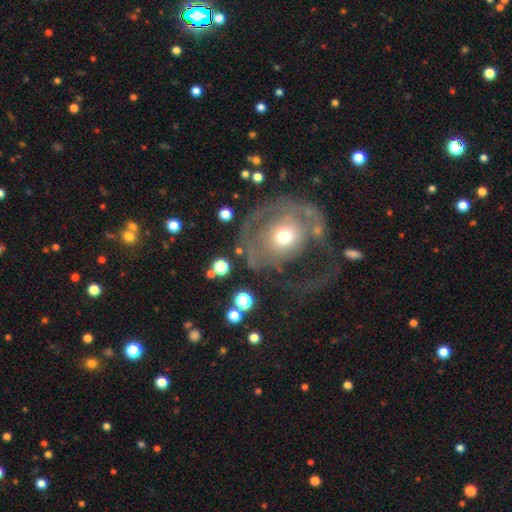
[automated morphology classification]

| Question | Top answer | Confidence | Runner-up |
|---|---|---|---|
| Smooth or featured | featured or disk | 62% | smooth (29%) |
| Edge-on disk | no | 96% | yes (4%) |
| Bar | no | 83% | weak (12%) |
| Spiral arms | no | 57% | yes (43%) |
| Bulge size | moderate | 65% | small (24%) |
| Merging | none | 40% | major disturbance (39%) |